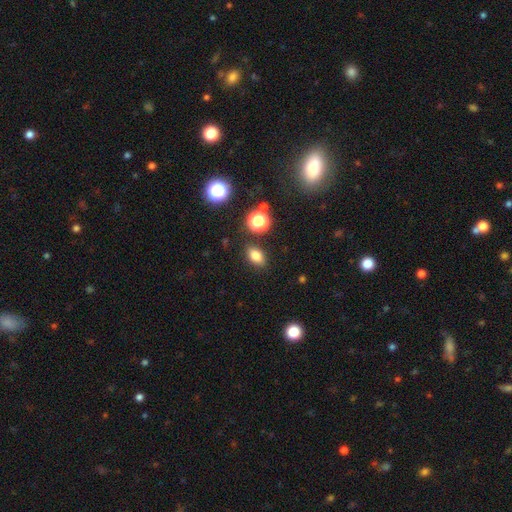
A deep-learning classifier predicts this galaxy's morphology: The model was most divided on "how rounded": in between: 79%, round: 18%, cigar-shaped: 4%. More confident: merging — none (85%); smooth or featured — smooth (79%).